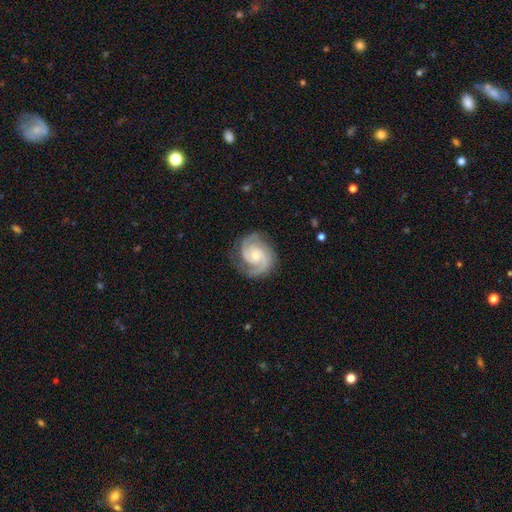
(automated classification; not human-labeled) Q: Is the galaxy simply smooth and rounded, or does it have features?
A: featured or disk — 90%.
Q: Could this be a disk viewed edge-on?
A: no — 98%.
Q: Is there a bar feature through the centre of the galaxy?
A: no — 64%.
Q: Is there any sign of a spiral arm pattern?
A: yes — 98%.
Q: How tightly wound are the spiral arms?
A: tight — 52%.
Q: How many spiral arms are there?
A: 2 — 80%.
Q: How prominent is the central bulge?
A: small — 53%.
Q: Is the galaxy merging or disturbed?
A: none — 79%.